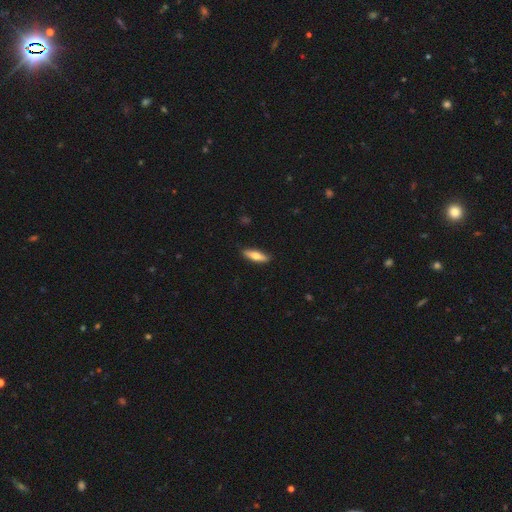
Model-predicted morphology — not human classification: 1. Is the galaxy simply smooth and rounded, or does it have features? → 68% smooth, 27% featured or disk, 6% star or artifact.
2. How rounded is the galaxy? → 59% cigar-shaped, 39% in between, 2% round.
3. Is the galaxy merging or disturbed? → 88% none, 9% minor disturbance, 2% major disturbance, 1% merger.